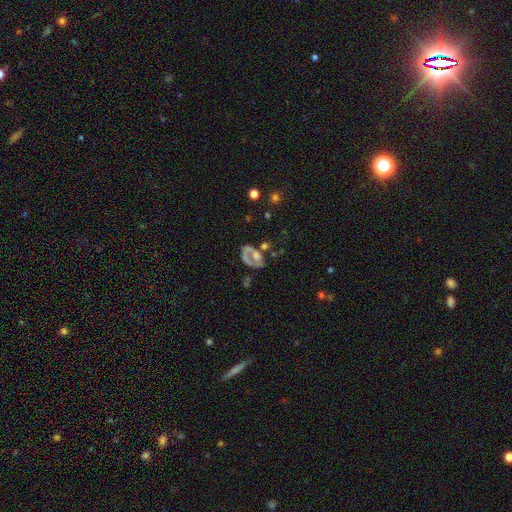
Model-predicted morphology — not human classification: smooth_or_featured: featured or disk (p=0.56) [alt: smooth p=0.33]
disk_edge_on: no (p=0.97) [alt: yes p=0.03]
bar: no (p=0.84) [alt: weak p=0.11]
has_spiral_arms: no (p=0.67) [alt: yes p=0.33]
bulge_size: none (p=0.38) [alt: moderate p=0.27]
merging: none (p=0.36) [alt: major disturbance p=0.29]